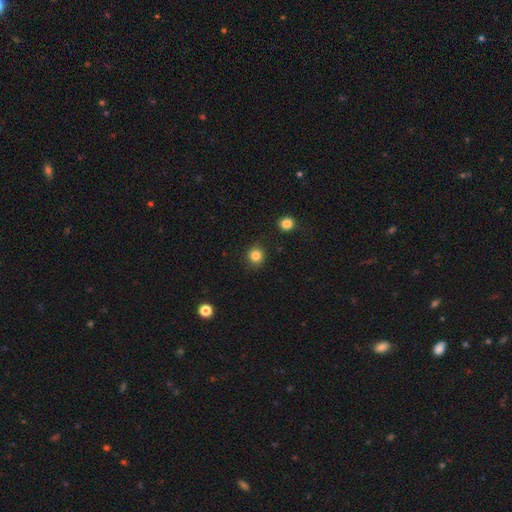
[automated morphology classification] smooth-or-featured: smooth: 84% | star or artifact: 12% | featured or disk: 5%
  how-rounded: round: 89% | in between: 10% | cigar-shaped: 1%
  merging: none: 89% | minor disturbance: 7% | major disturbance: 2% | merger: 2%